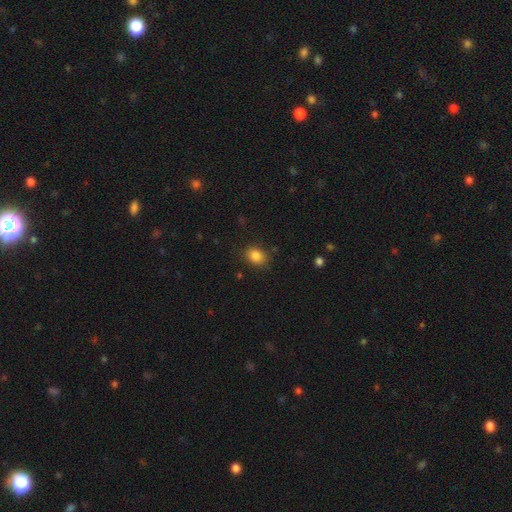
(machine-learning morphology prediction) Q: Smooth or featured?
A: smooth (85%); runner-up: star or artifact (10%)
Q: How rounded?
A: in between (59%); runner-up: round (40%)
Q: Merging?
A: none (82%); runner-up: minor disturbance (13%)